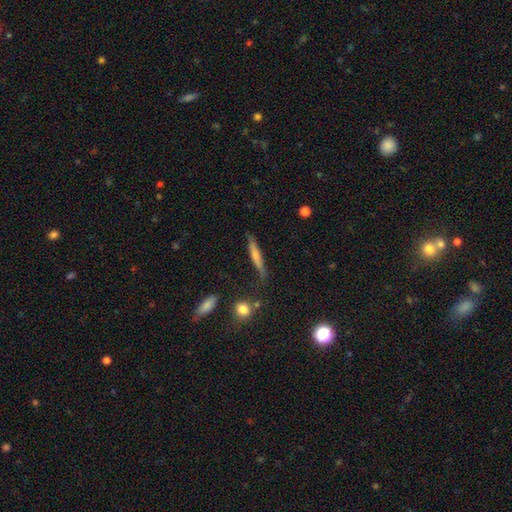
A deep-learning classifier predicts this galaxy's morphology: Smooth or featured: smooth — 59% (featured or disk — 34%)
How rounded: cigar-shaped — 91% (in between — 7%)
Merging: none — 76% (minor disturbance — 17%)